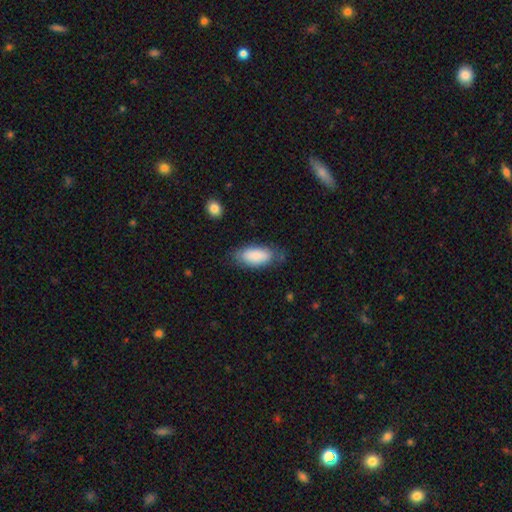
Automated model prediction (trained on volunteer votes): Smooth or featured?
  - smooth: 85% *
  - featured or disk: 9%
  - star or artifact: 6%
How rounded?
  - in between: 88% *
  - cigar-shaped: 10%
  - round: 2%
Merging?
  - none: 69% *
  - minor disturbance: 22%
  - major disturbance: 7%
  - merger: 2%